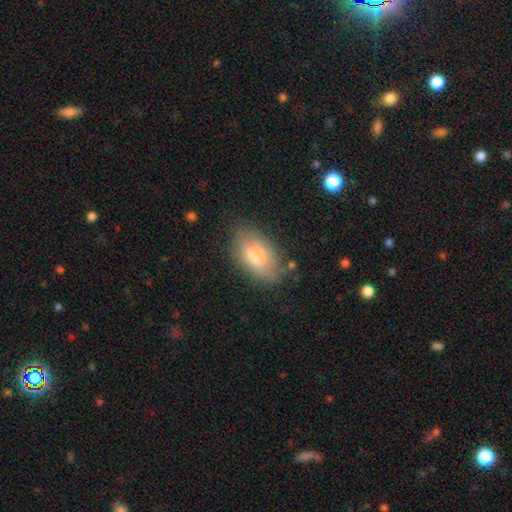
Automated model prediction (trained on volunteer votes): smooth 65%, featured or disk 28%, star or artifact 8%. Down the decision tree: how rounded — in between (91%); merging — none (67%).